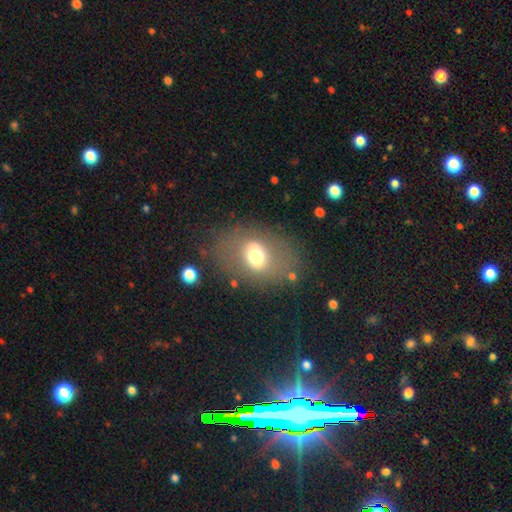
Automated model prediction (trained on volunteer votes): smooth 54%, featured or disk 33%, star or artifact 13%. Down the decision tree: how rounded — in between (69%); merging — none (72%).